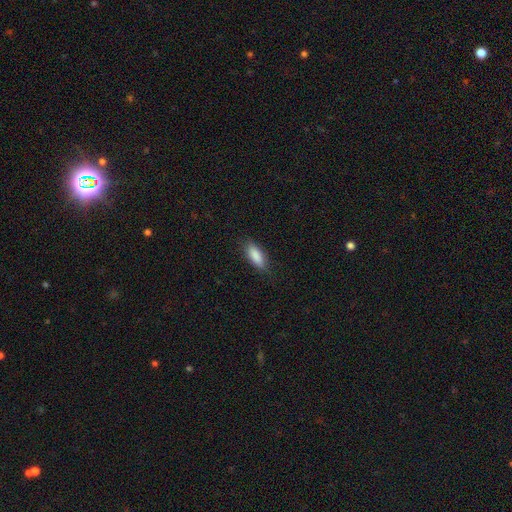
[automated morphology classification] A smooth galaxy with no disk features (87%) that is in between round and cigar-shaped (73%).

Vote fractions:
- Smooth or featured? smooth: 87% / featured or disk: 7% / star or artifact: 6%
- How rounded? in between: 73% / cigar-shaped: 25% / round: 2%
- Merging? none: 82% / minor disturbance: 14% / major disturbance: 3% / merger: 1%